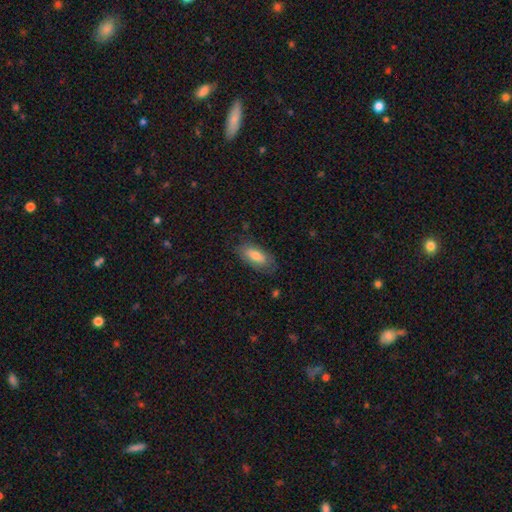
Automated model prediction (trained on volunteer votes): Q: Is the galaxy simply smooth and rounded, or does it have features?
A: smooth — 72%.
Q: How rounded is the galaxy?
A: in between — 85%.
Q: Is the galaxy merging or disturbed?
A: none — 77%.